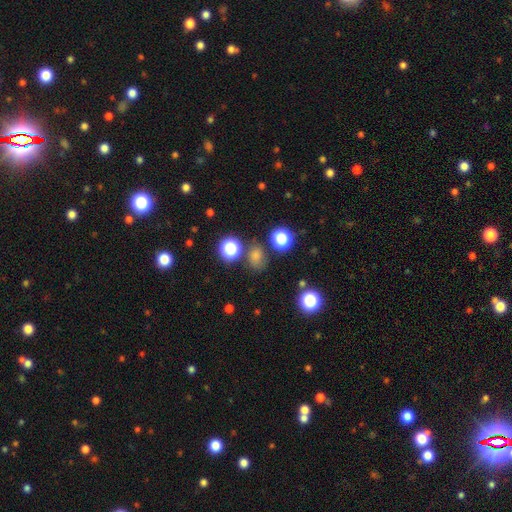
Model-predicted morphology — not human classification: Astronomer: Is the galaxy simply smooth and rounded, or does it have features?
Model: smooth — 68%.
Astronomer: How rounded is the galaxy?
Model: round — 56% (runner-up: in between, 43%).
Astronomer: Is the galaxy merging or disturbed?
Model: none — 70%.